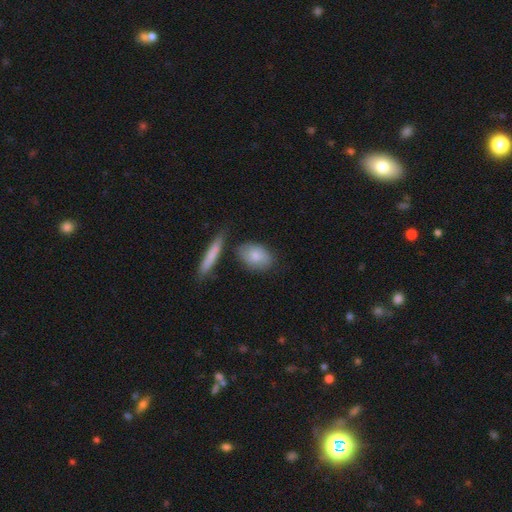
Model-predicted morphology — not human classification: A smooth galaxy with no disk features (79%) that is in between round and cigar-shaped (80%). Merging: none (70%).